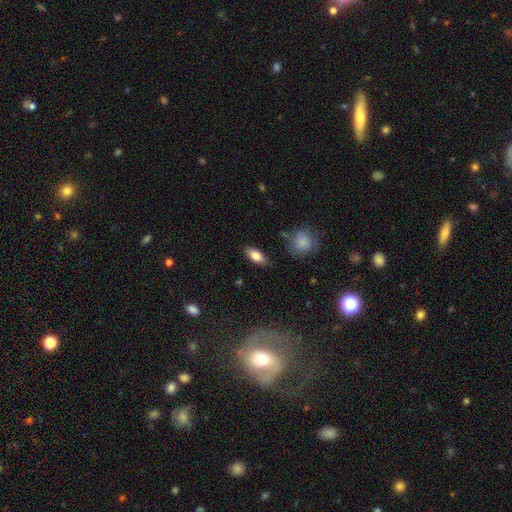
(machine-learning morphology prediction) type=smooth (79%); roundness=in between (86%); merging=none (83%).